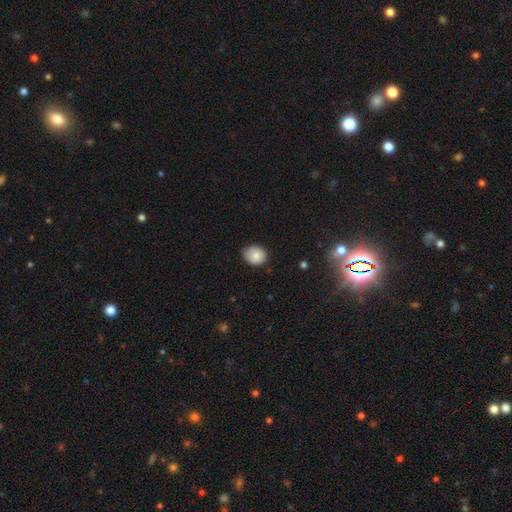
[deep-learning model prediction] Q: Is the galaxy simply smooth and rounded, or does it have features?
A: smooth — 84%.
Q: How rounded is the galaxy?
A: round — 61%.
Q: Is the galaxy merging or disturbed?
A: none — 69%.